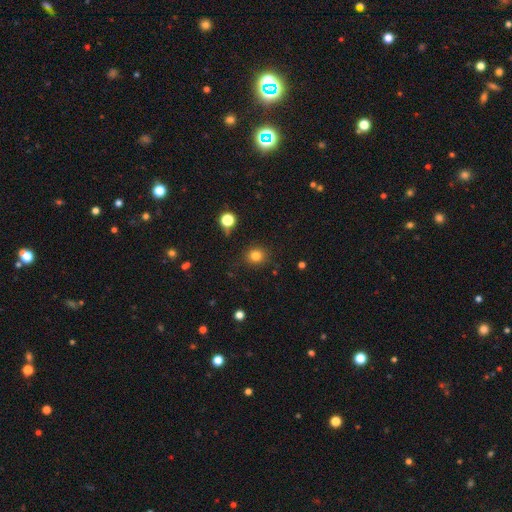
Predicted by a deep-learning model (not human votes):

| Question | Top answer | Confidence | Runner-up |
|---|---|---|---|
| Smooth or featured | smooth | 82% | star or artifact (13%) |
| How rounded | round | 85% | in between (14%) |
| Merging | none | 87% | minor disturbance (8%) |